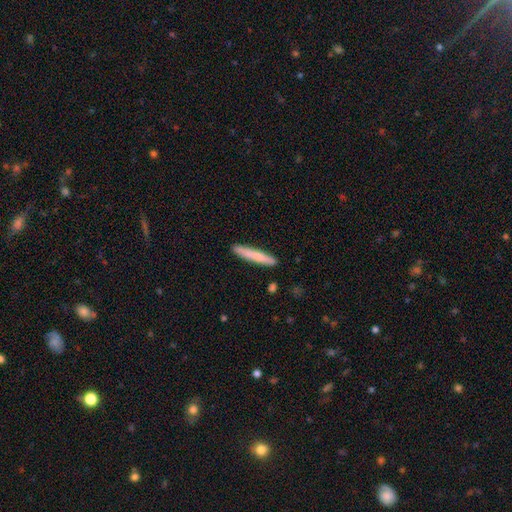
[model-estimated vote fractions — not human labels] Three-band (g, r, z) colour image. It shows a smooth galaxy with no disk features (72%) that is cigar-shaped (95%). Merging: none (89%).